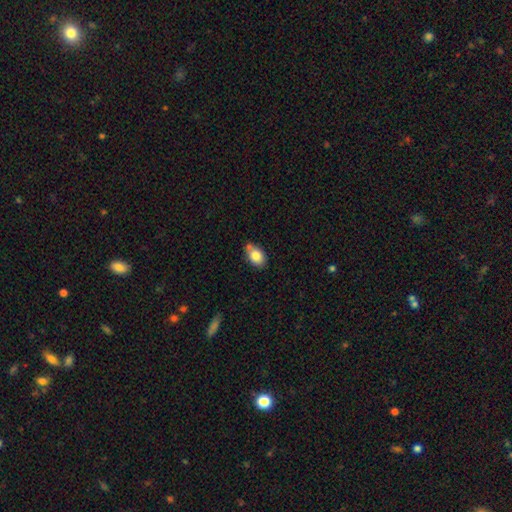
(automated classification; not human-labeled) Morphology: type=smooth (82%); roundness=in between (81%); merging=none (64%).